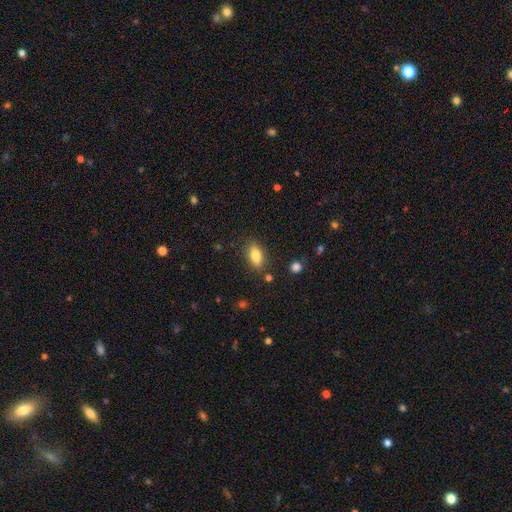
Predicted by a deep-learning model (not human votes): smooth-or-featured: smooth: 83% | featured or disk: 9% | star or artifact: 8%
  how-rounded: in between: 87% | cigar-shaped: 7% | round: 6%
  merging: none: 83% | minor disturbance: 12% | major disturbance: 3% | merger: 3%